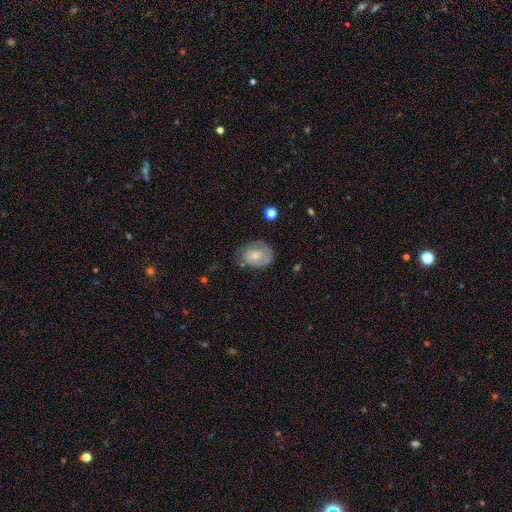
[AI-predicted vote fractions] This is likely a smooth galaxy (61%). How rounded: possibly in between (51%). Merging: possibly none (53%).